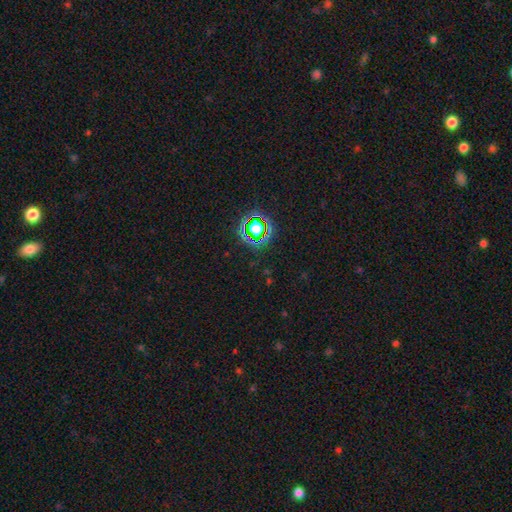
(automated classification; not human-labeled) This appears to be a star or artifact, not a galaxy (77%).